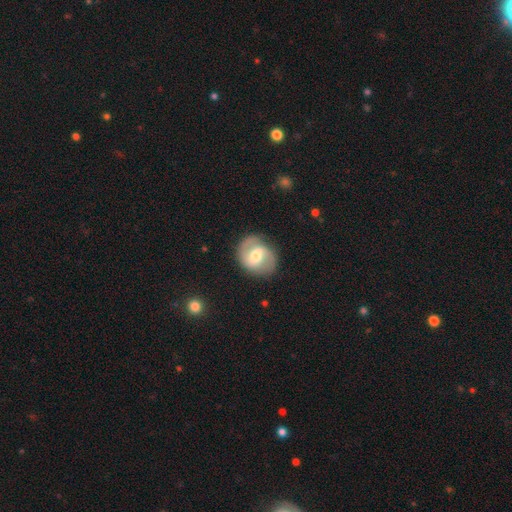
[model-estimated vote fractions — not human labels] featured or disk 73%, smooth 21%, star or artifact 6%. Down the decision tree: edge-on disk — no (97%); bar — weak (50%); spiral arms — yes (89%); spiral arm count — 2 (87%); spiral winding — medium (52%); bulge size — moderate (67%); merging — none (80%).